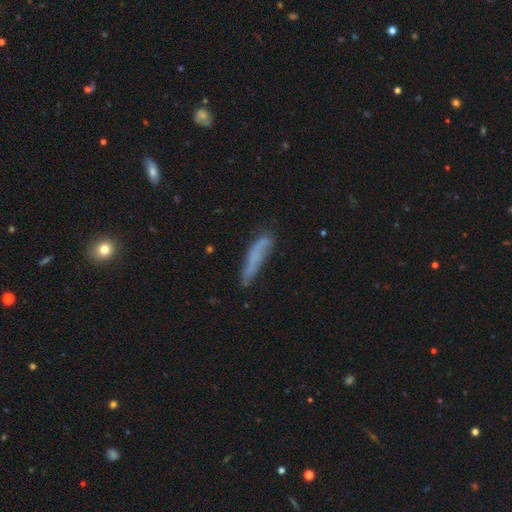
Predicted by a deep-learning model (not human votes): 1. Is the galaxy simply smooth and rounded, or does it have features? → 60% smooth, 32% featured or disk, 9% star or artifact.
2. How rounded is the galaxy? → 86% cigar-shaped, 12% in between, 2% round.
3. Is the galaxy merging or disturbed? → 62% none, 26% minor disturbance, 8% major disturbance, 4% merger.